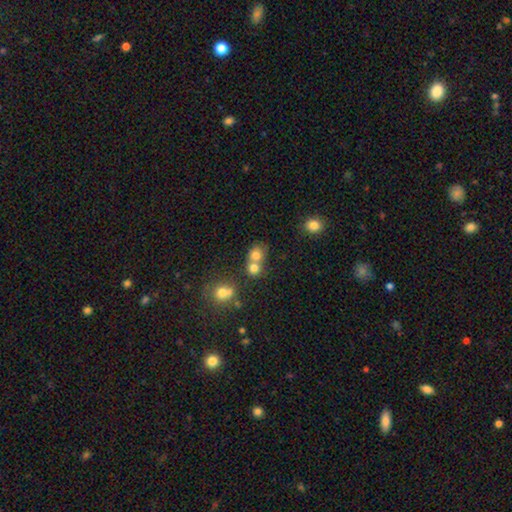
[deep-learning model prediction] Smooth or featured? smooth (76%)
How rounded? round (78%)
Merging? merger (50%)